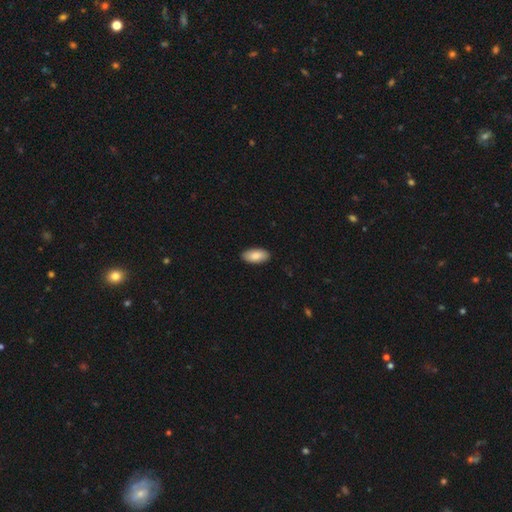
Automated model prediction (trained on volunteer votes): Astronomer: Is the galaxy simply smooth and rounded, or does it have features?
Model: smooth — 88%.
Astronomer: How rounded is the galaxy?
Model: in between — 94%.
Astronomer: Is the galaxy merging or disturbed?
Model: none — 90%.